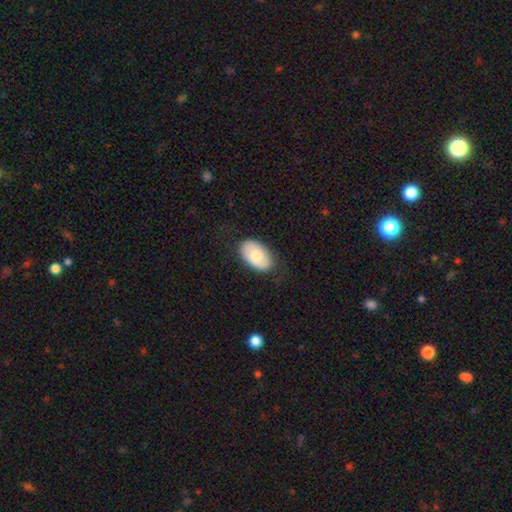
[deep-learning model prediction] A smooth galaxy with no disk features (71%) that is in between round and cigar-shaped (93%). Merging: none (79%).